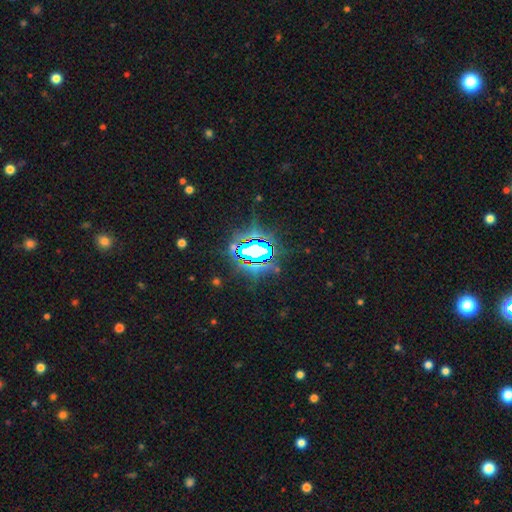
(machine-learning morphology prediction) type=star or artifact (78%).